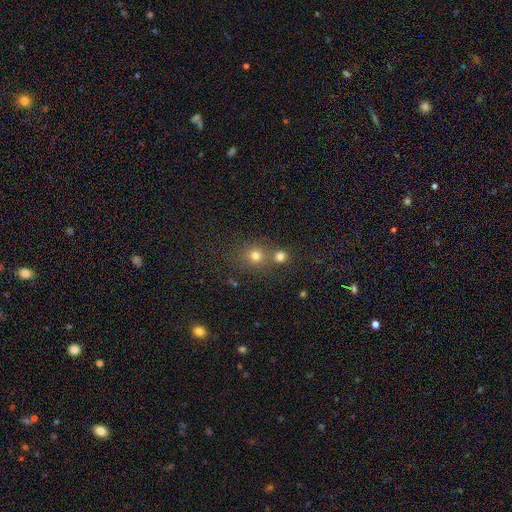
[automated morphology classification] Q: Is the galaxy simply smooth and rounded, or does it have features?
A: smooth — 73%.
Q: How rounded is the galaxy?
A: round — 87%.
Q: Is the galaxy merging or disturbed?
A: none — 61%.